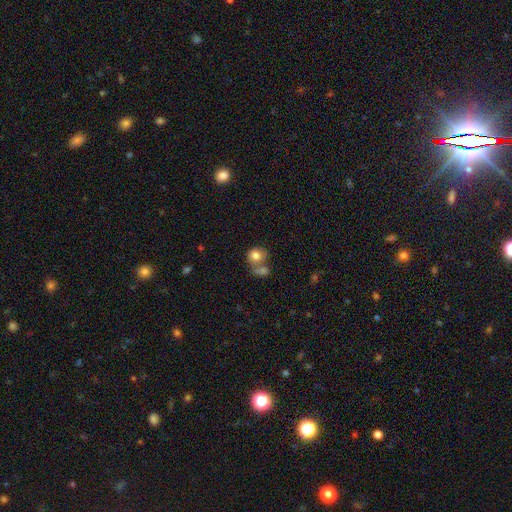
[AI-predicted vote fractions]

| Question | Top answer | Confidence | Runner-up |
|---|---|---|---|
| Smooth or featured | smooth | 78% | featured or disk (14%) |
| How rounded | round | 72% | in between (27%) |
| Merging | merger | 47% | none (33%) |